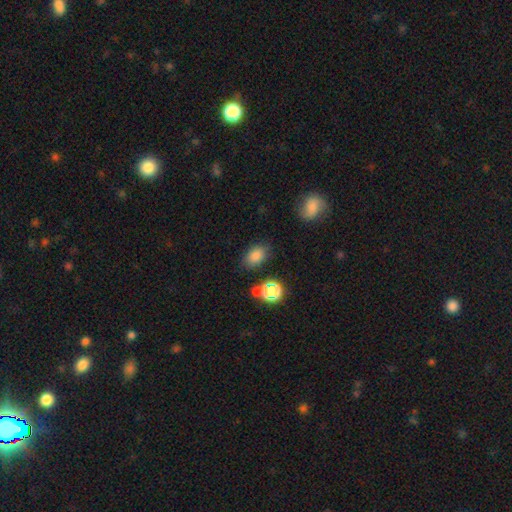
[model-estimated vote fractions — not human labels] Smooth or featured?
  - smooth: 80% *
  - star or artifact: 13%
  - featured or disk: 7%
How rounded?
  - in between: 83% *
  - round: 16%
  - cigar-shaped: 2%
Merging?
  - none: 78% *
  - minor disturbance: 14%
  - merger: 4%
  - major disturbance: 4%